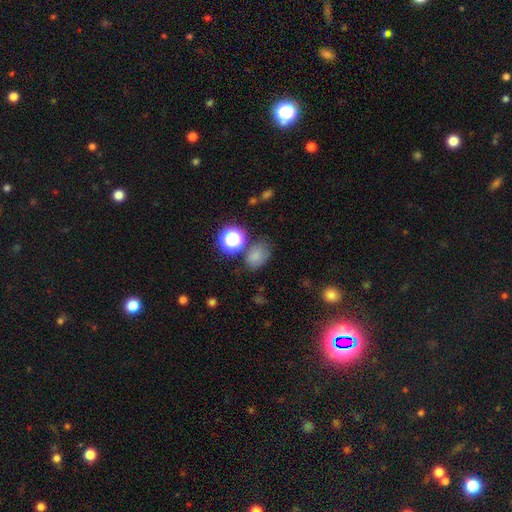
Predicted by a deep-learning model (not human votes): This is likely a smooth galaxy (74%). How rounded: likely in between (64%). Merging: likely none (65%).